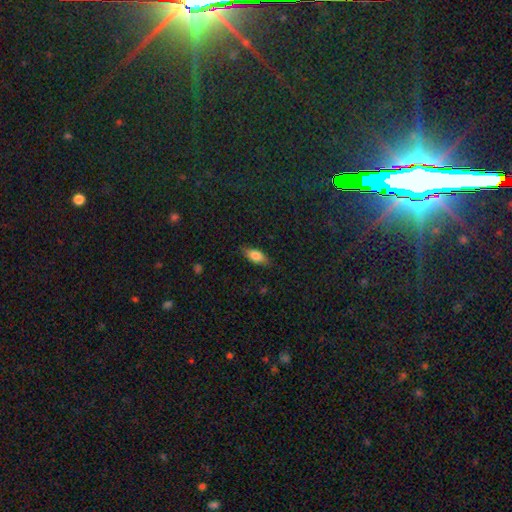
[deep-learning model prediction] smooth 77%, featured or disk 15%, star or artifact 8%. Down the decision tree: how rounded — in between (81%); merging — none (82%).